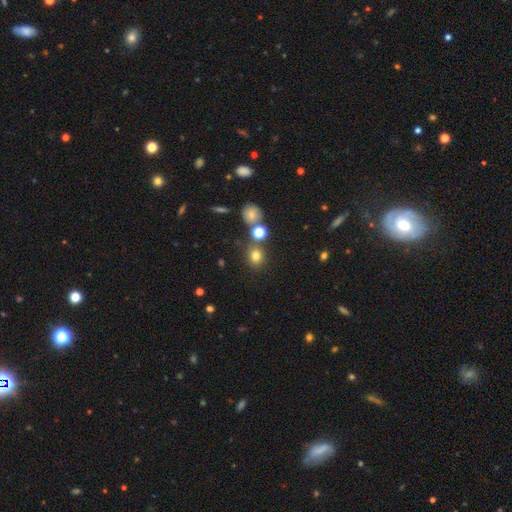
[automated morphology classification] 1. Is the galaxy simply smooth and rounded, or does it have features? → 76% smooth, 17% star or artifact, 8% featured or disk.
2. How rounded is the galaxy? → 75% round, 24% in between, 1% cigar-shaped.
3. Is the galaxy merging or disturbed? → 73% none, 13% merger, 10% minor disturbance, 4% major disturbance.